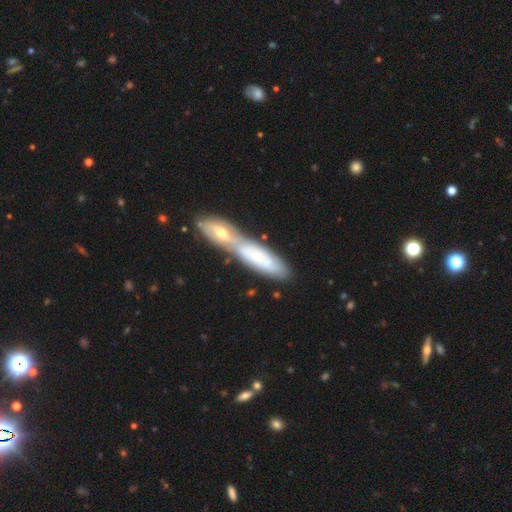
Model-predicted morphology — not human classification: Overall: featured or disk (47%; smooth 46%). Merging: merger (61%; none 28%).